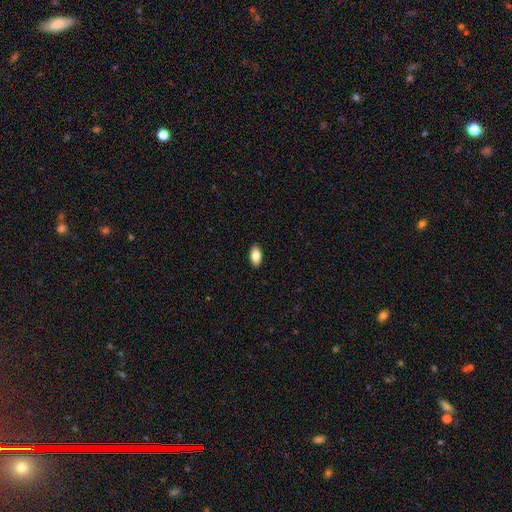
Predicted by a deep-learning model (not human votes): Overall: smooth (85%). How rounded: in between (93%). Merging: none (89%).